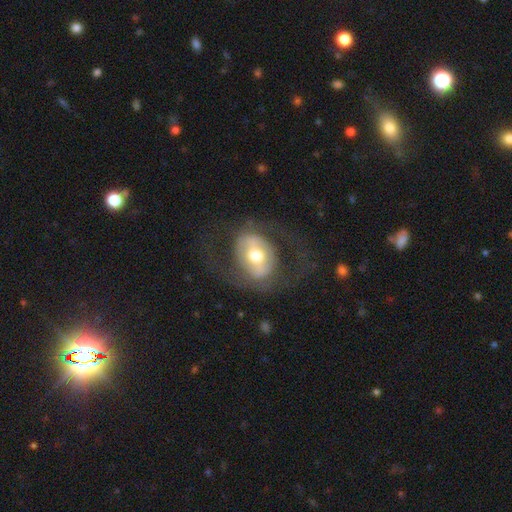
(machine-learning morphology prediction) A featured or disk galaxy (63%) with a strong bar (39%), no spiral arms (54%) and a moderate central bulge (70%). Merging: none (62%).